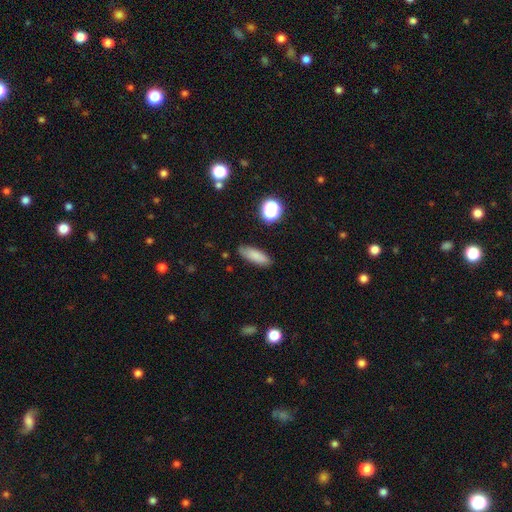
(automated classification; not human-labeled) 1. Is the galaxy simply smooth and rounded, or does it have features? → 82% smooth, 9% star or artifact, 9% featured or disk.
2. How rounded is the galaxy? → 55% in between, 41% cigar-shaped, 3% round.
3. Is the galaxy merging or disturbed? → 83% none, 12% minor disturbance, 3% major disturbance, 2% merger.